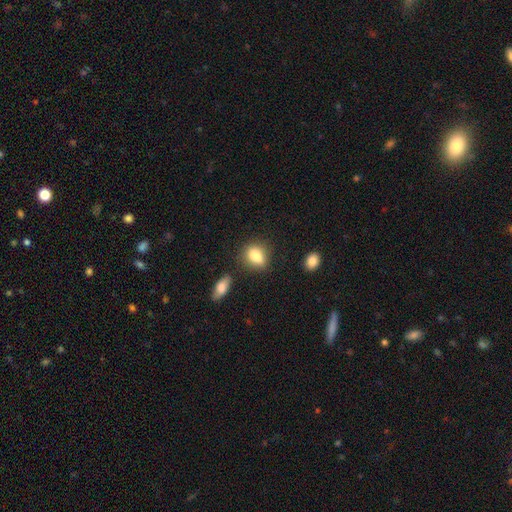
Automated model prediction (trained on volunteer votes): smooth 83%, featured or disk 8%, star or artifact 8%. Down the decision tree: how rounded — in between (70%); merging — none (70%).